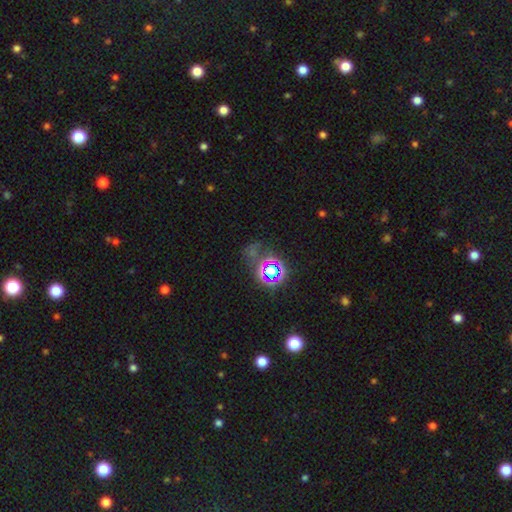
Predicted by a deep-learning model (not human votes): This appears to be a star or artifact, not a galaxy (52%).